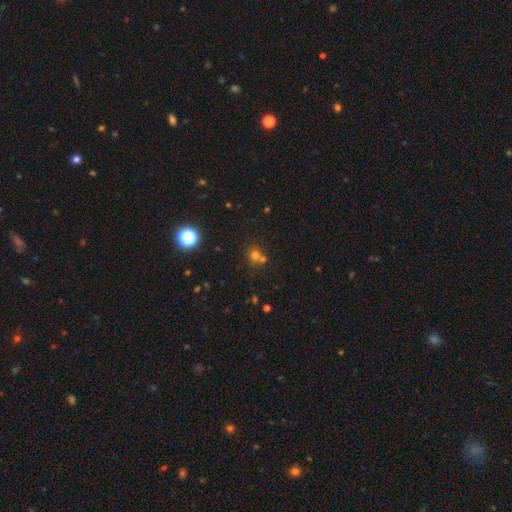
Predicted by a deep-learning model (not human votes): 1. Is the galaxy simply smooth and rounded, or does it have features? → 61% smooth, 29% star or artifact, 10% featured or disk.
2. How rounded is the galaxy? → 85% round, 14% in between, 1% cigar-shaped.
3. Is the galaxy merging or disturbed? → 57% none, 33% merger, 7% minor disturbance, 3% major disturbance.